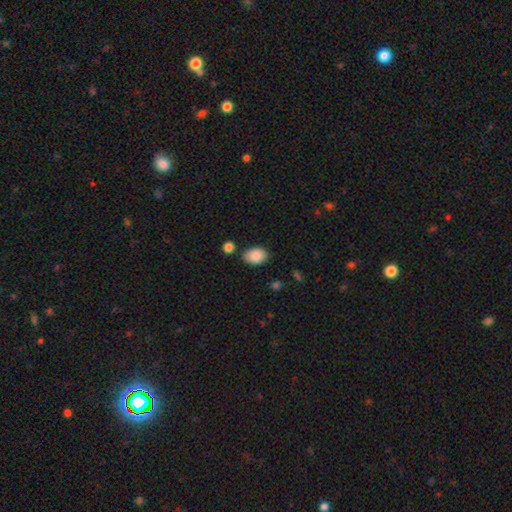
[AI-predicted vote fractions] Morphology: type=smooth (88%); roundness=in between (85%); merging=none (79%).